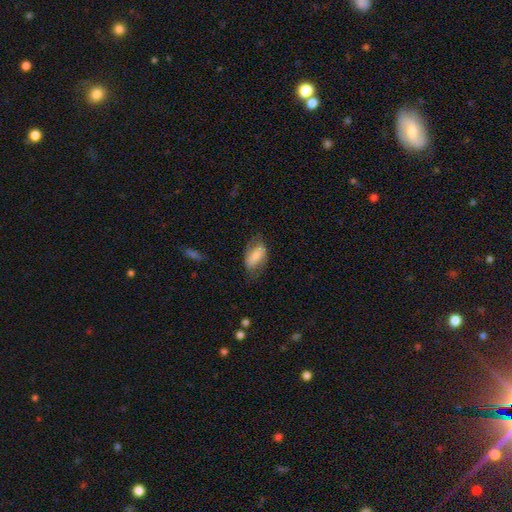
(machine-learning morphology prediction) smooth_or_featured: smooth (p=0.61) [alt: featured or disk p=0.32]
how_rounded: in between (p=0.88) [alt: cigar-shaped p=0.06]
merging: none (p=0.60) [alt: minor disturbance p=0.25]